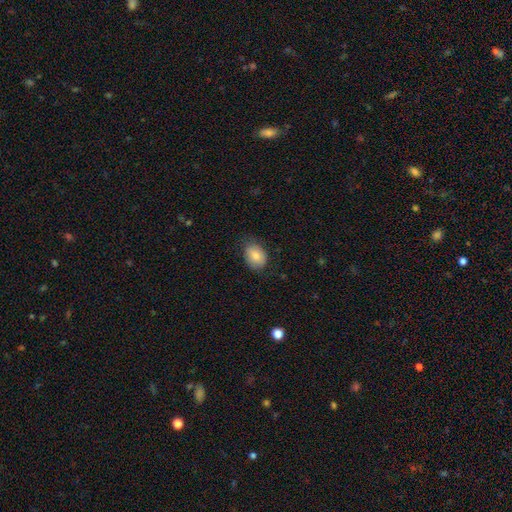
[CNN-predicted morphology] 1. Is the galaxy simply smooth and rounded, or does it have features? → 80% smooth, 12% featured or disk, 8% star or artifact.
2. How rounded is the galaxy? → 72% in between, 27% round, 1% cigar-shaped.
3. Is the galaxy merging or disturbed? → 73% none, 21% minor disturbance, 5% major disturbance, 1% merger.